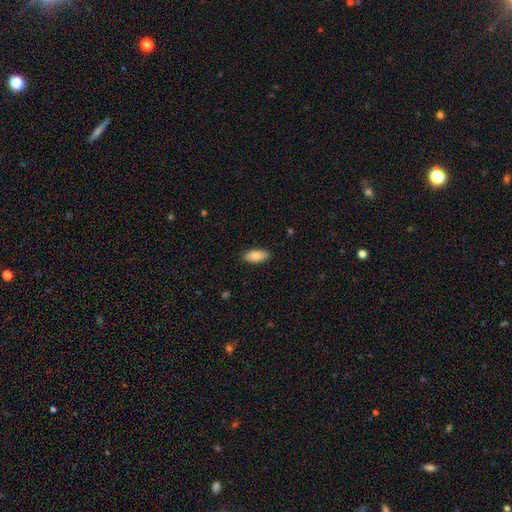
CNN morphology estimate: type=smooth (85%); roundness=in between (90%); merging=none (87%).